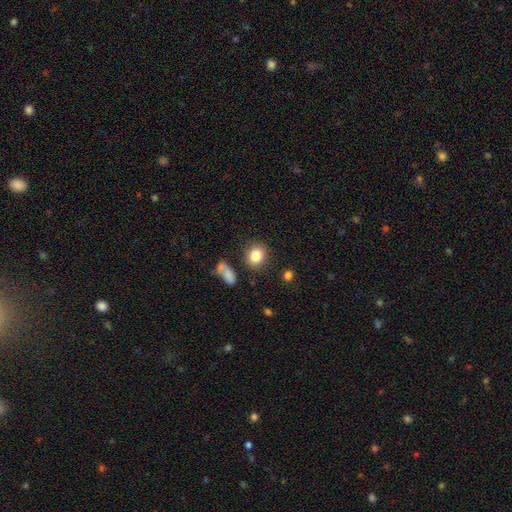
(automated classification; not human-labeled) smooth-or-featured: smooth: 83% | star or artifact: 10% | featured or disk: 7%
  how-rounded: round: 68% | in between: 31% | cigar-shaped: 1%
  merging: none: 82% | minor disturbance: 11% | merger: 4% | major disturbance: 3%